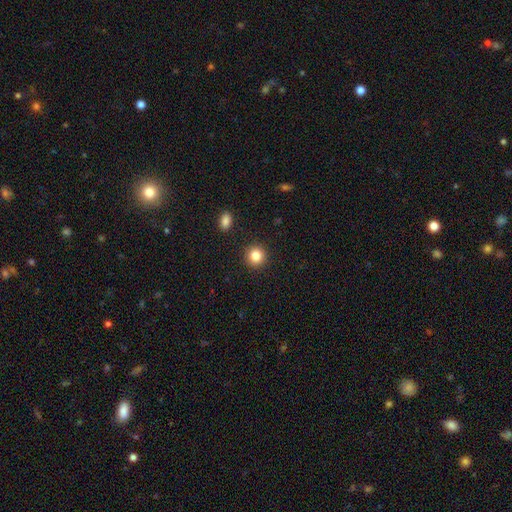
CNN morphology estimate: smooth-or-featured: smooth: 84% | star or artifact: 11% | featured or disk: 5%
  how-rounded: round: 93% | in between: 6% | cigar-shaped: 1%
  merging: none: 92% | minor disturbance: 5% | major disturbance: 2% | merger: 1%